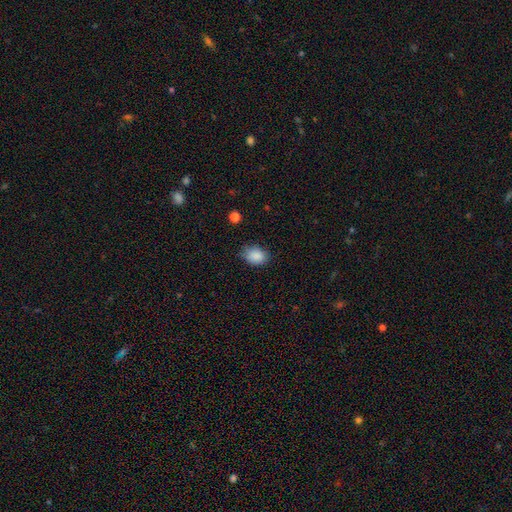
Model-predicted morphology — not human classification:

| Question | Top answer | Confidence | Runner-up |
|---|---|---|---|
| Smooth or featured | smooth | 88% | star or artifact (8%) |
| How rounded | in between | 73% | round (26%) |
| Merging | none | 75% | minor disturbance (20%) |